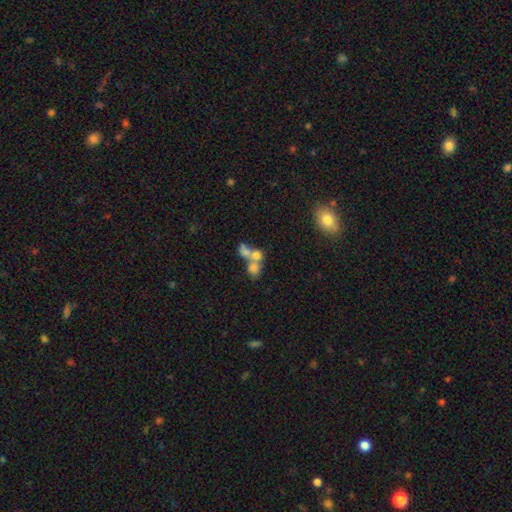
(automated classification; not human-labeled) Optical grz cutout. It shows a smooth galaxy with no disk features (62%) that is round (62%). Merging: merger (67%).